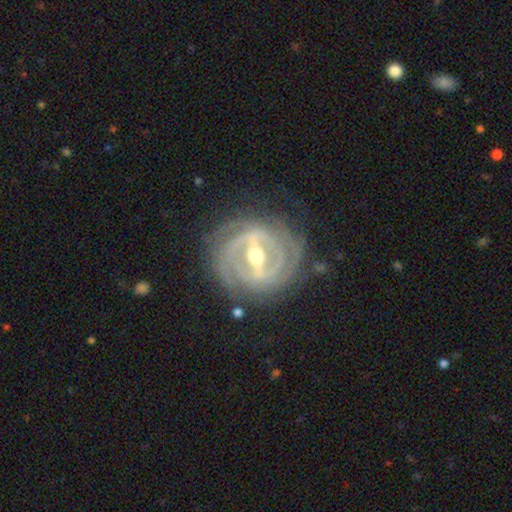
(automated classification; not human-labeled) A featured or disk galaxy (91%) with a strong bar (77%), 2 (31%) tight (79%) spiral arms (92%) and a moderate central bulge (72%). Merging: none (79%).